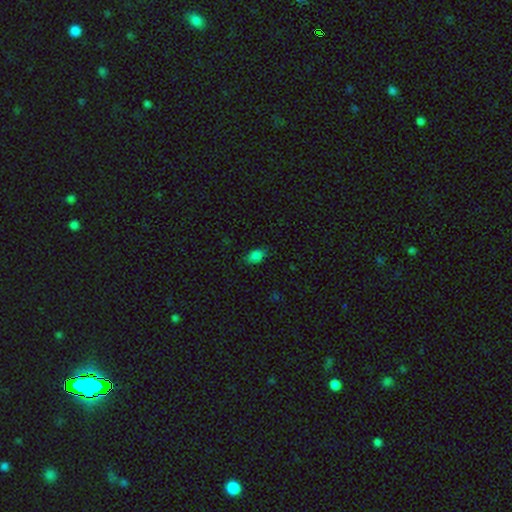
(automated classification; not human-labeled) smooth-or-featured: smooth: 82% | star or artifact: 13% | featured or disk: 5%
  how-rounded: in between: 87% | round: 10% | cigar-shaped: 2%
  merging: none: 81% | minor disturbance: 15% | major disturbance: 3% | merger: 1%